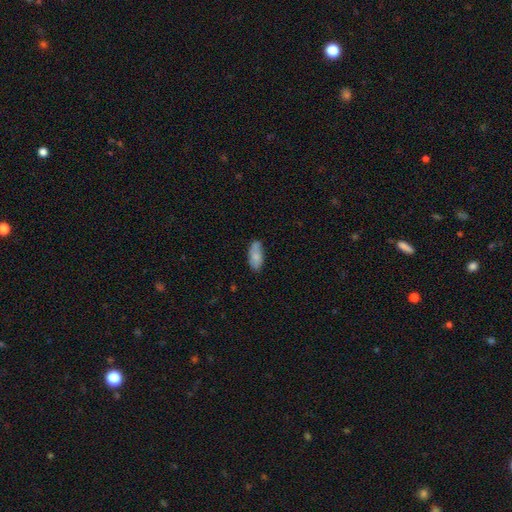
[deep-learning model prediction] smooth 78%, featured or disk 16%, star or artifact 6%. Down the decision tree: how rounded — in between (88%); merging — none (68%).